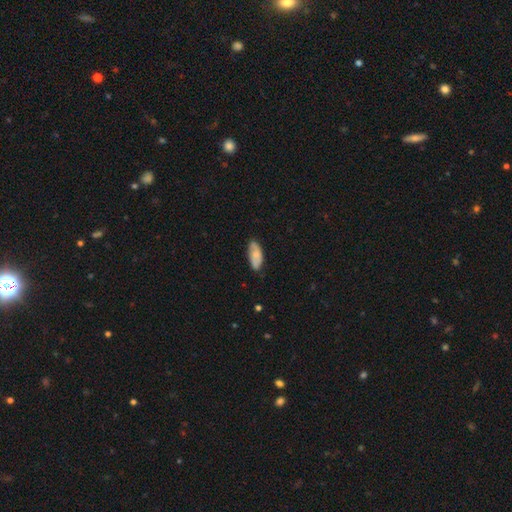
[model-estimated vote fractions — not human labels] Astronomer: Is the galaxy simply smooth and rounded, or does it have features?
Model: smooth — 66%.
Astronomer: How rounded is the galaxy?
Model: in between — 85%.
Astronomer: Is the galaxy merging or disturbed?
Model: none — 74%.